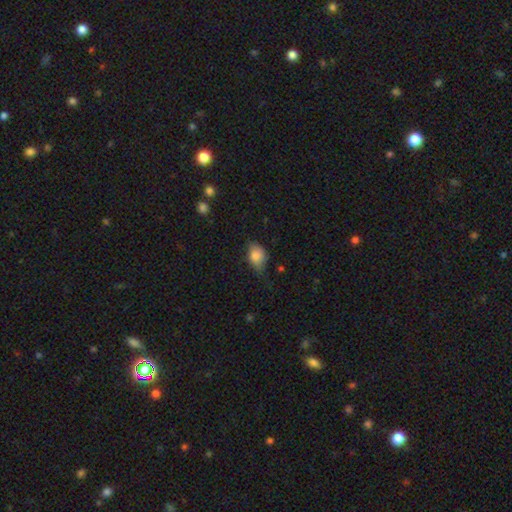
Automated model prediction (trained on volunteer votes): Smooth or featured? smooth (78%)
How rounded? in between (75%)
Merging? none (51%)